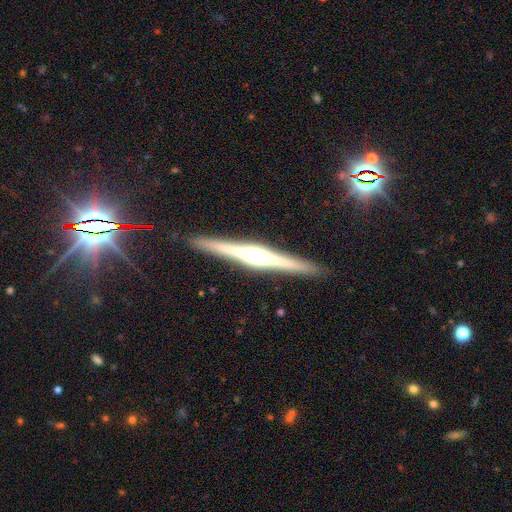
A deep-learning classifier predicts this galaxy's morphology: Overall: featured or disk (80%). Edge-on disk: yes (98%). Edge-on bulge: rounded (73%). Merging: none (91%).